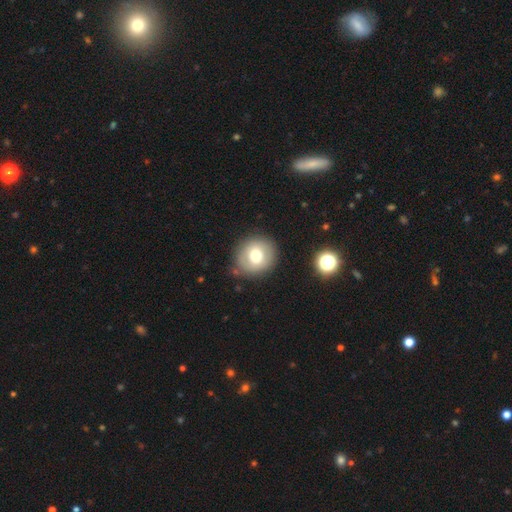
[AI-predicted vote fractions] Smooth or featured?
  - smooth: 70% *
  - featured or disk: 20%
  - star or artifact: 10%
How rounded?
  - round: 85% *
  - in between: 14%
  - cigar-shaped: 1%
Merging?
  - none: 83% *
  - minor disturbance: 11%
  - major disturbance: 3%
  - merger: 3%